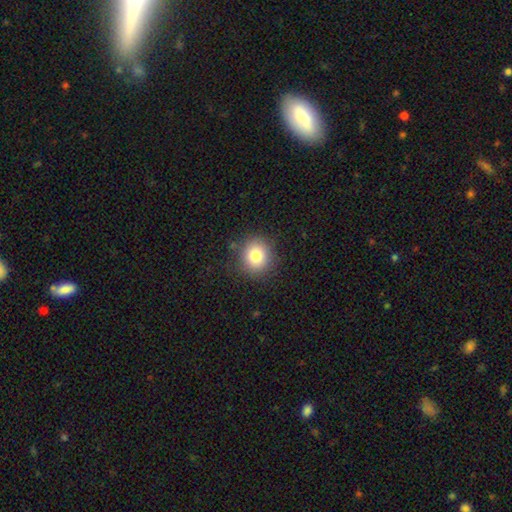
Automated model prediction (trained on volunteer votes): smooth_or_featured: smooth (p=0.80) [alt: star or artifact p=0.12]
how_rounded: round (p=0.86) [alt: in between p=0.13]
merging: none (p=0.88) [alt: minor disturbance p=0.08]